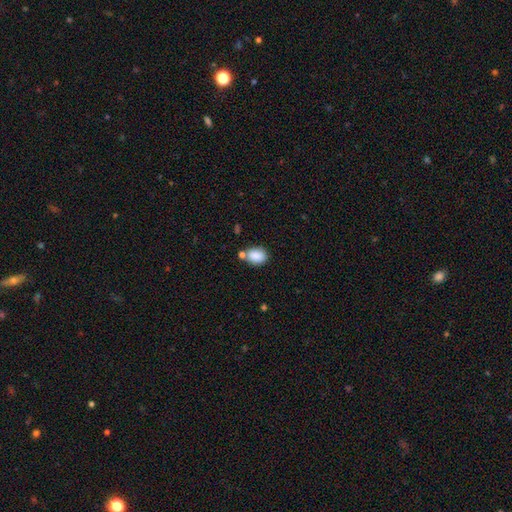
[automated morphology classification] smooth_or_featured: smooth (p=0.87) [alt: star or artifact p=0.08]
how_rounded: in between (p=0.66) [alt: round p=0.33]
merging: none (p=0.62) [alt: merger p=0.19]